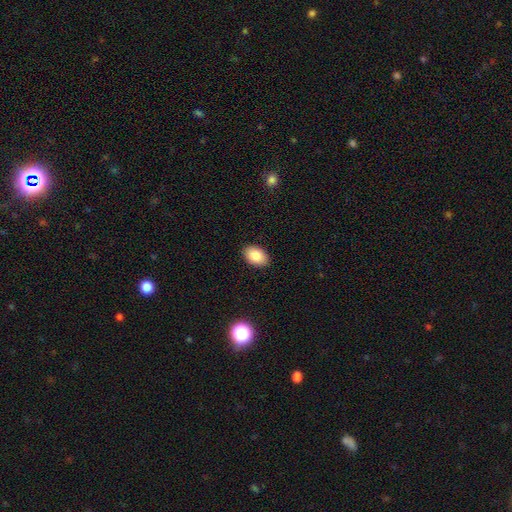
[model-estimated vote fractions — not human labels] A smooth galaxy with no disk features (83%) that is in between round and cigar-shaped (86%). Merging: none (90%).